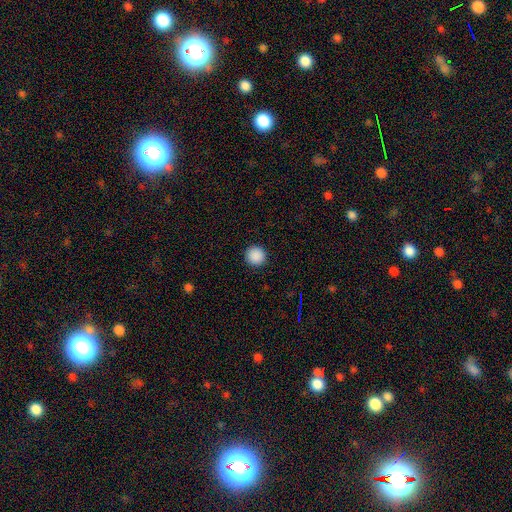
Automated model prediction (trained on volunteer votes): Smooth or featured? Predicted: smooth (p=0.89). How rounded? Predicted: round (p=0.96). Merging? Predicted: none (p=0.93).